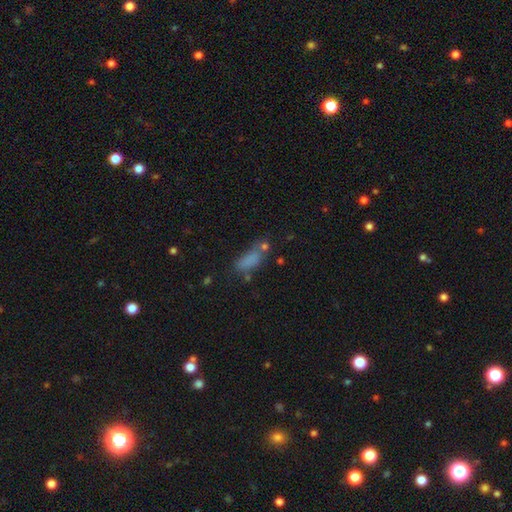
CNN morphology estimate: This is likely a smooth galaxy (69%). How rounded: likely in between (61%). Merging: possibly none (51%).